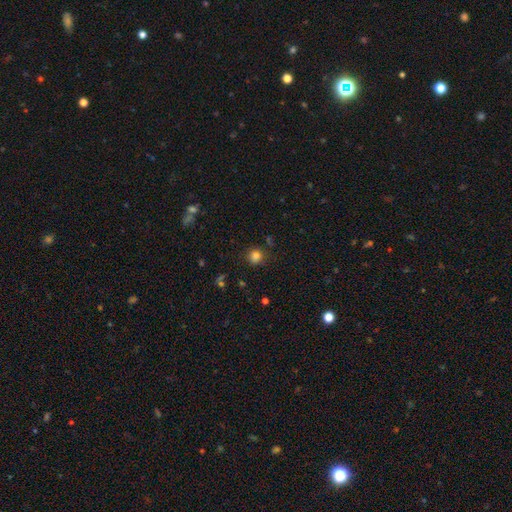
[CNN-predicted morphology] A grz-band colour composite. It shows a smooth galaxy with no disk features (81%) that is round (89%). Merging: none (84%).